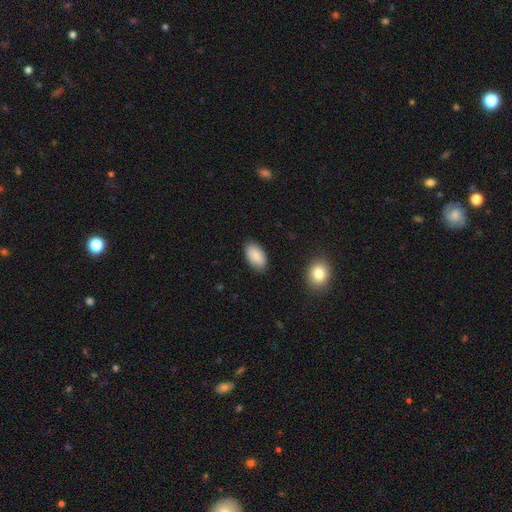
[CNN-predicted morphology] Q: Smooth or featured?
A: smooth (87%); runner-up: featured or disk (7%)
Q: How rounded?
A: in between (95%); runner-up: round (3%)
Q: Merging?
A: none (86%); runner-up: minor disturbance (11%)